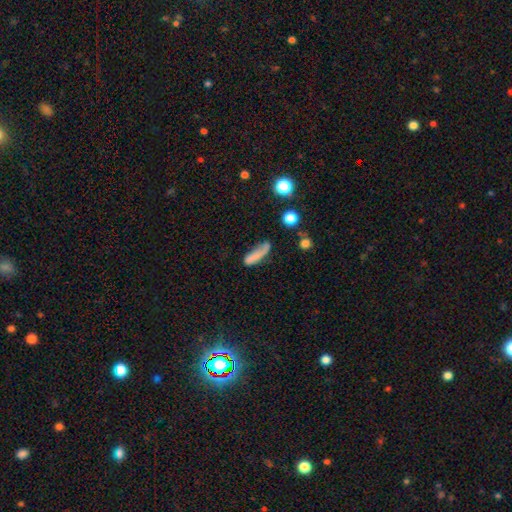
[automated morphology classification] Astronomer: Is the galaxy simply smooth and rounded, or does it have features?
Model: smooth — 69%.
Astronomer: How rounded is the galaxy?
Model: cigar-shaped — 59% (runner-up: in between, 38%).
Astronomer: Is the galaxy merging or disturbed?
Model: none — 42% (runner-up: minor disturbance, 29%).